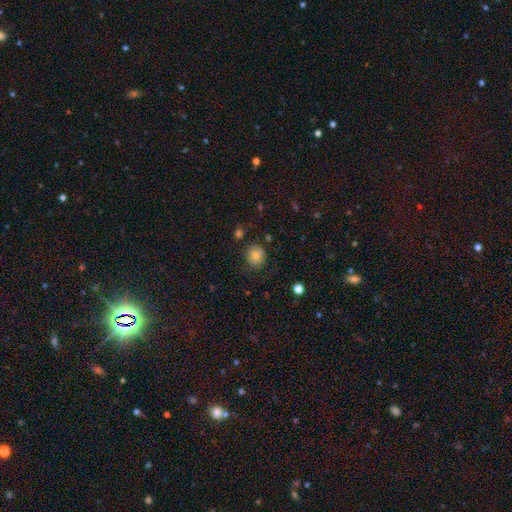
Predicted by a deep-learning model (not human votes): Smooth or featured: smooth — 81% (star or artifact — 11%)
How rounded: round — 78% (in between — 22%)
Merging: none — 79% (minor disturbance — 15%)